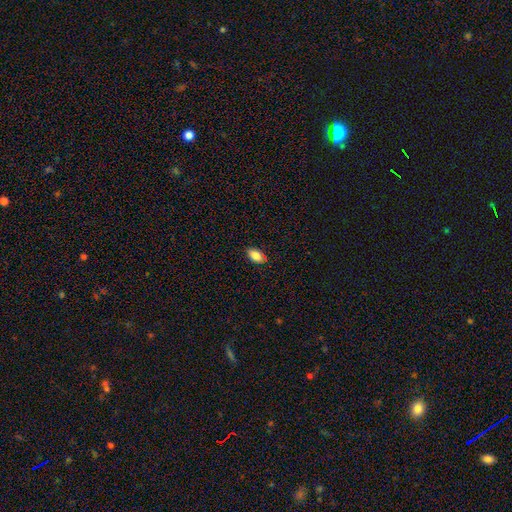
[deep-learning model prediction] A smooth galaxy with no disk features (81%) that is in between round and cigar-shaped (90%).

Vote fractions:
- Smooth or featured? smooth: 81% / featured or disk: 10% / star or artifact: 9%
- How rounded? in between: 90% / round: 6% / cigar-shaped: 4%
- Merging? none: 84% / minor disturbance: 13% / major disturbance: 2% / merger: 1%